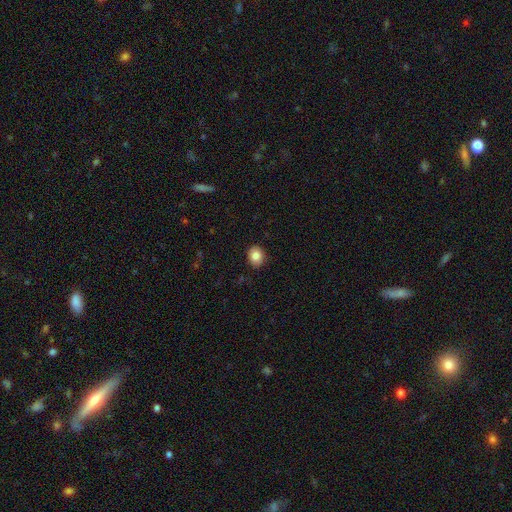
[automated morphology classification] smooth 84%, star or artifact 8%, featured or disk 8%. Down the decision tree: how rounded — round (56%); merging — none (89%).